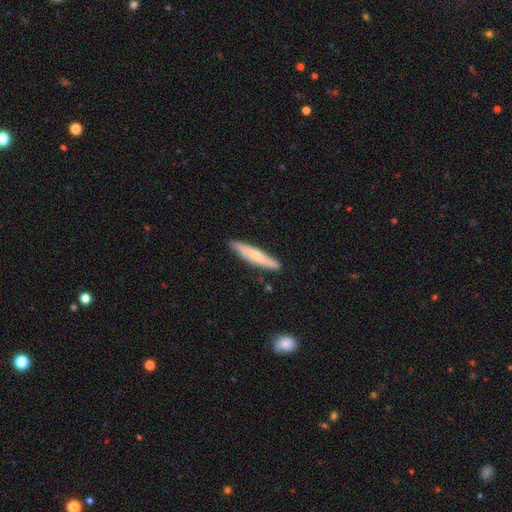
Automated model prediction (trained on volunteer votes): Smooth or featured: smooth — 53% (featured or disk — 41%)
How rounded: cigar-shaped — 88% (in between — 11%)
Merging: none — 85% (minor disturbance — 12%)